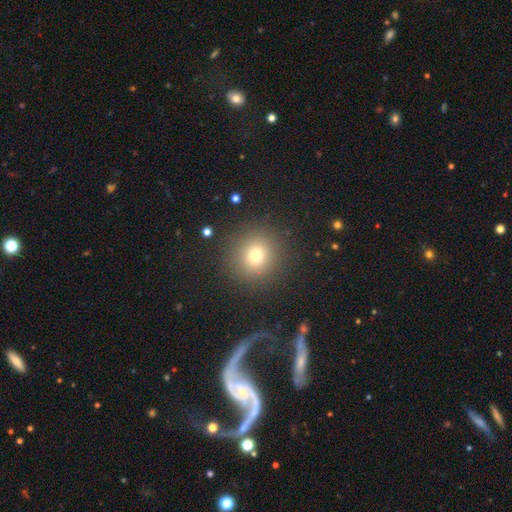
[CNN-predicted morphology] This appears to be a smooth galaxy with no disk features (73%) that is round (93%). Merging: none (89%).